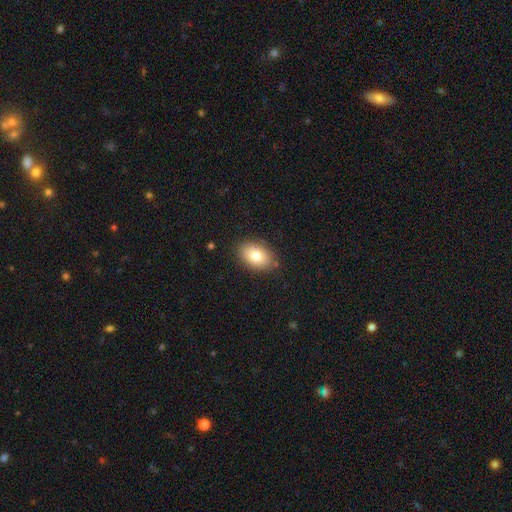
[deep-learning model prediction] smooth-or-featured: smooth: 80% | featured or disk: 13% | star or artifact: 8%
  how-rounded: in between: 89% | round: 10% | cigar-shaped: 1%
  merging: none: 84% | minor disturbance: 12% | major disturbance: 3% | merger: 2%